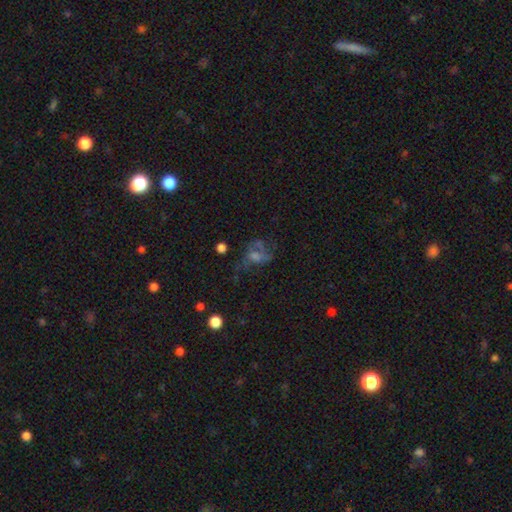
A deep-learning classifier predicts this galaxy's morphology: This is possibly a featured or disk galaxy (45%). Merging: marginally none (39%).